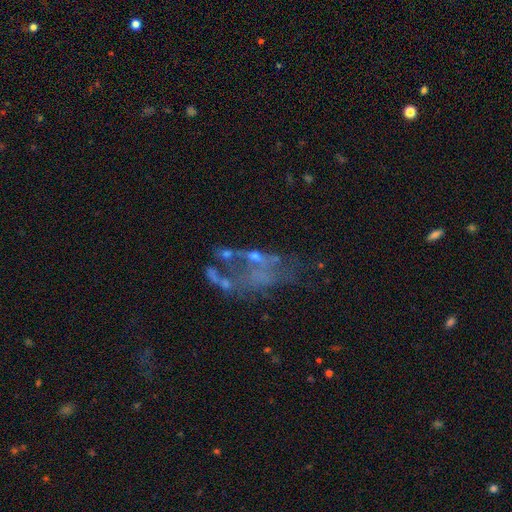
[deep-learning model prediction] This is possibly a featured or disk galaxy (60%). It is clearly not viewed edge-on (96%). Bar: clearly no (89%). Spiral arm pattern: clearly no (89%). Central bulge: likely none (70%). Merging: marginally major disturbance (34%).